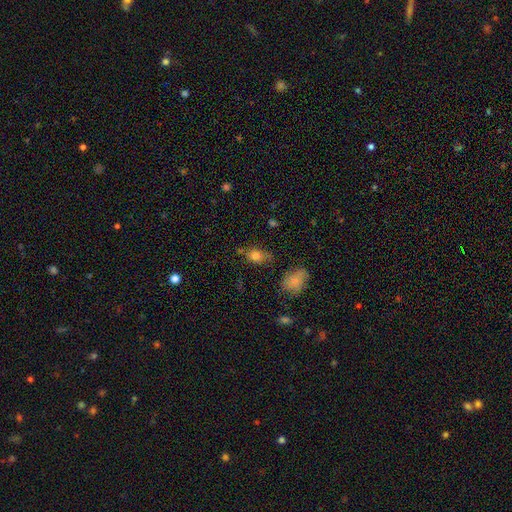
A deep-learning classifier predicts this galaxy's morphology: smooth-or-featured: smooth: 78% | star or artifact: 12% | featured or disk: 10%
  how-rounded: in between: 72% | round: 25% | cigar-shaped: 3%
  merging: none: 62% | minor disturbance: 25% | major disturbance: 8% | merger: 6%